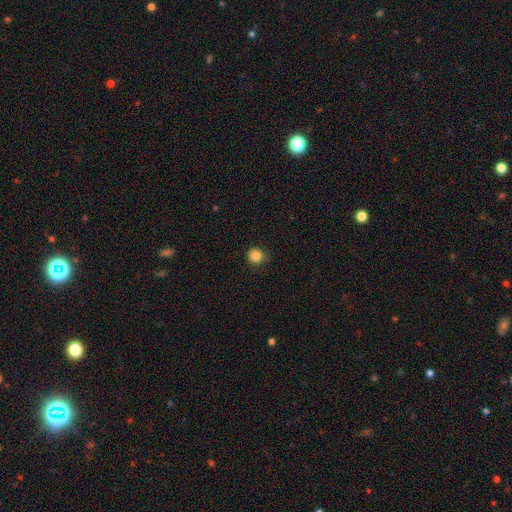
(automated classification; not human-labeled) The model was most divided on "merging": none: 84%, minor disturbance: 13%, major disturbance: 3%, merger: 1%. More confident: how rounded — round (93%); smooth or featured — smooth (85%).